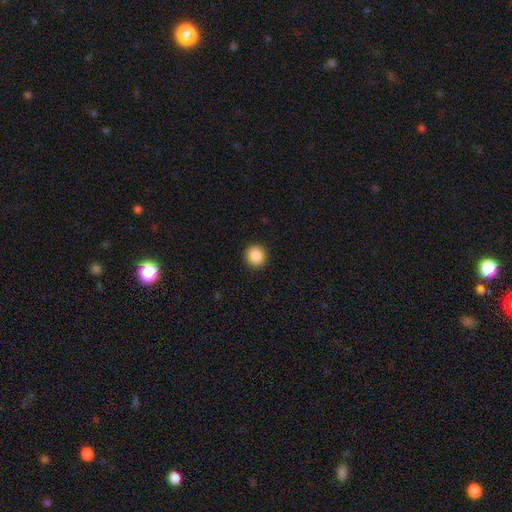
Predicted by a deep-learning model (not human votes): Smooth or featured?
  - smooth: 88% *
  - star or artifact: 9%
  - featured or disk: 3%
How rounded?
  - round: 92% *
  - in between: 7%
  - cigar-shaped: 1%
Merging?
  - none: 93% *
  - minor disturbance: 5%
  - major disturbance: 2%
  - merger: 1%